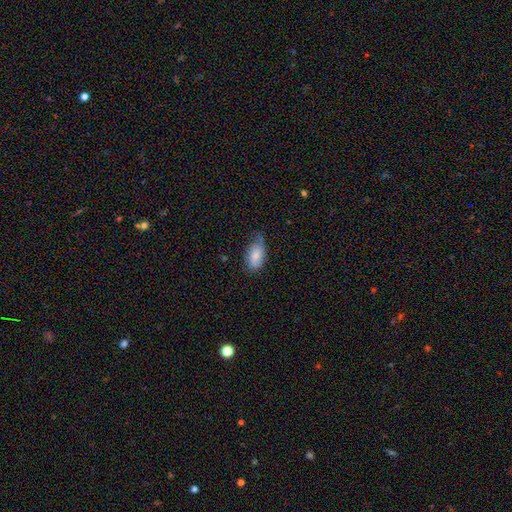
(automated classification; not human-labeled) This is likely a smooth galaxy (76%). How rounded: clearly in between (93%). Merging: possibly none (50%).